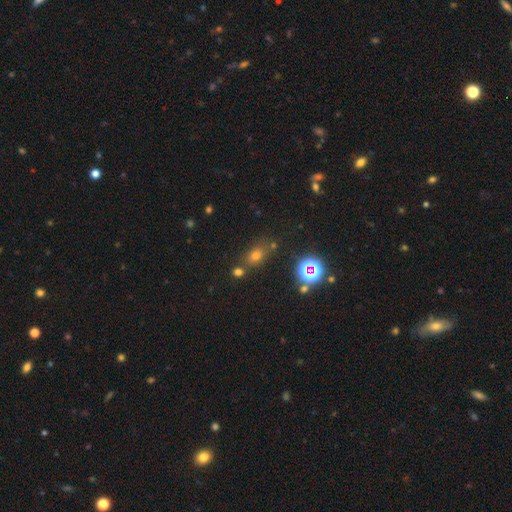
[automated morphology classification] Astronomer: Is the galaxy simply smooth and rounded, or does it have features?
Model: smooth — 56% (runner-up: star or artifact, 34%).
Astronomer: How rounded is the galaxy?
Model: round — 49% (runner-up: in between, 48%).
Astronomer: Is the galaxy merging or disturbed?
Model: none — 71%.